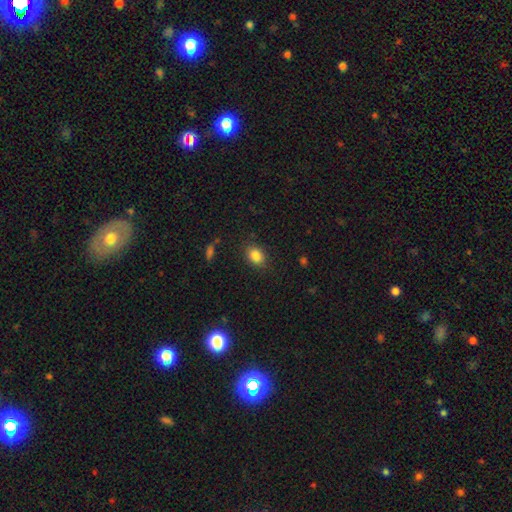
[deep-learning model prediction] Overall: smooth (84%). How rounded: in between (66%; round 33%). Merging: none (85%).